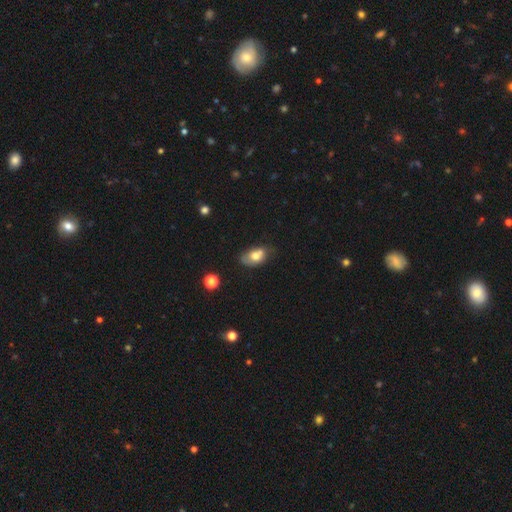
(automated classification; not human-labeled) The model was most divided on "merging": none: 46%, minor disturbance: 31%, merger: 13%, major disturbance: 9%. More confident: how rounded — in between (86%); smooth or featured — smooth (70%).